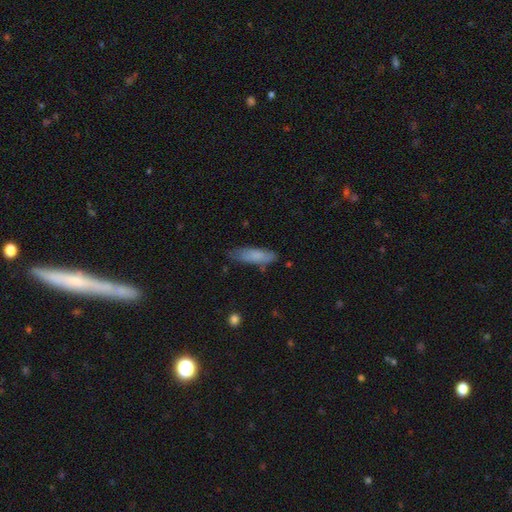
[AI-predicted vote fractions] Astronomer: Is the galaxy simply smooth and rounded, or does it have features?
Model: smooth — 77%.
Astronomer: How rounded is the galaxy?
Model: cigar-shaped — 59% (runner-up: in between, 40%).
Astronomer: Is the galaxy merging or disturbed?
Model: none — 71%.